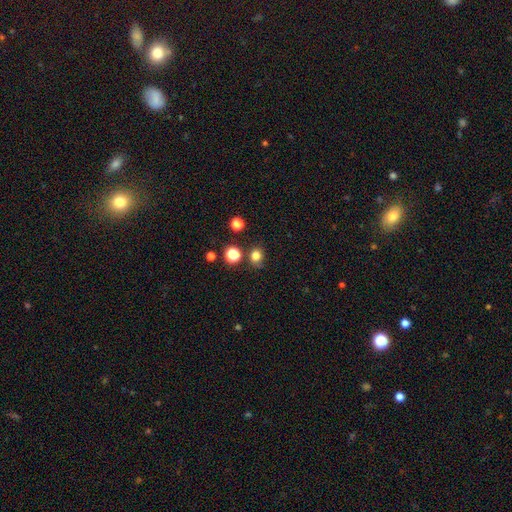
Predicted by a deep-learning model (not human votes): A smooth galaxy with no disk features (79%) that is round (73%).

Vote fractions:
- Smooth or featured? smooth: 79% / star or artifact: 15% / featured or disk: 6%
- How rounded? round: 73% / in between: 26% / cigar-shaped: 1%
- Merging? none: 75% / minor disturbance: 14% / merger: 6% / major disturbance: 4%